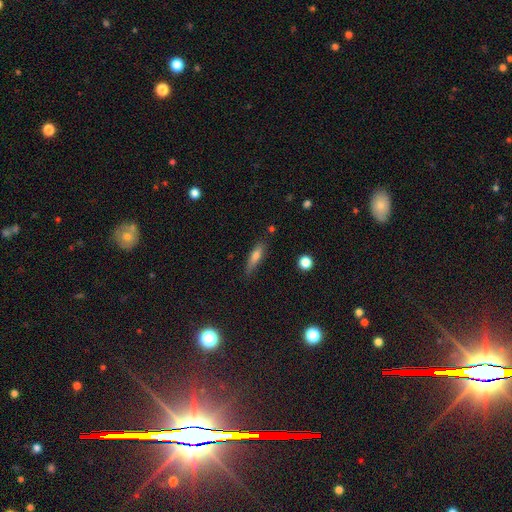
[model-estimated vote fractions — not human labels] smooth_or_featured: smooth (p=0.61) [alt: featured or disk p=0.29]
how_rounded: cigar-shaped (p=0.70) [alt: in between p=0.27]
merging: none (p=0.80) [alt: minor disturbance p=0.15]